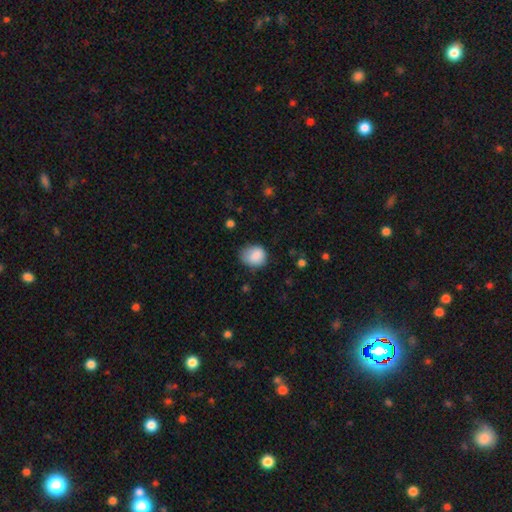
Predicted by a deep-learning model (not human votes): A smooth galaxy with no disk features (85%) that is round (63%).

Vote fractions:
- Smooth or featured? smooth: 85% / star or artifact: 8% / featured or disk: 7%
- How rounded? round: 63% / in between: 36% / cigar-shaped: 1%
- Merging? none: 62% / minor disturbance: 28% / major disturbance: 8% / merger: 2%